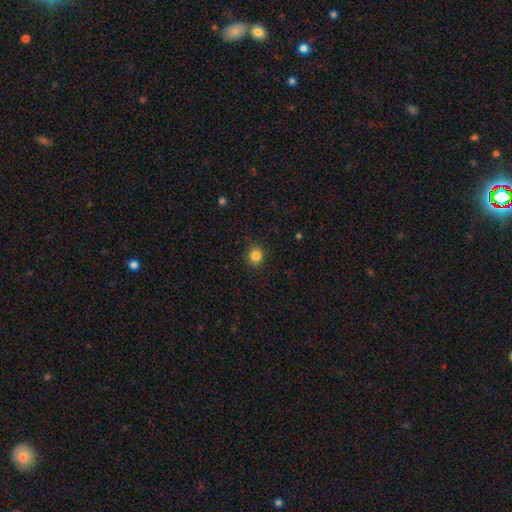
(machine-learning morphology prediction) A smooth galaxy with no disk features (84%) that is round (92%). Merging: none (88%).